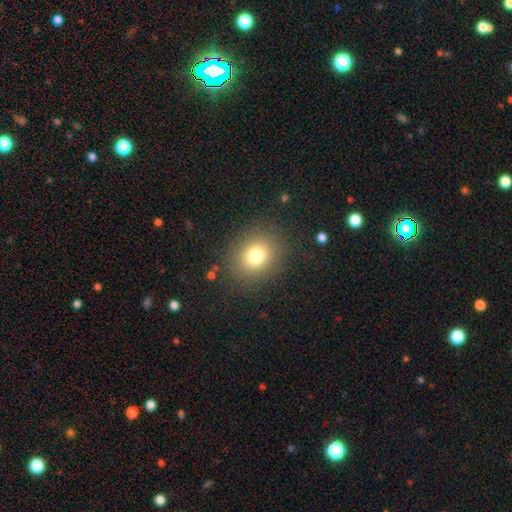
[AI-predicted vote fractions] Overall: smooth (77%). How rounded: round (70%). Merging: none (86%).